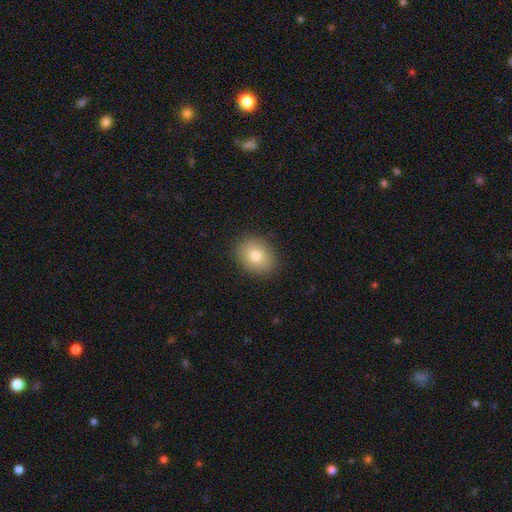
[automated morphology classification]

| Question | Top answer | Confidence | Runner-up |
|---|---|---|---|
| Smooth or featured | smooth | 79% | featured or disk (11%) |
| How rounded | in between | 58% | round (42%) |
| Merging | none | 89% | minor disturbance (8%) |